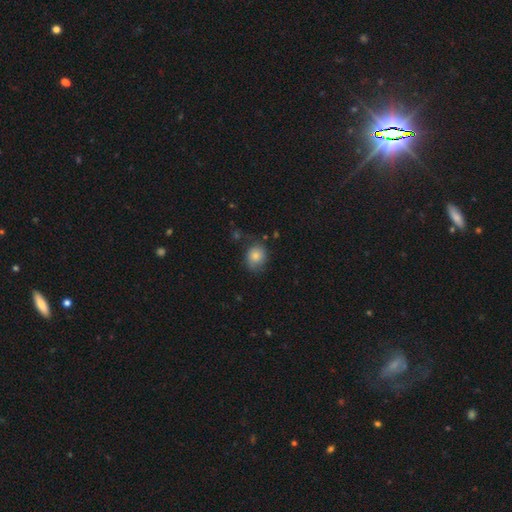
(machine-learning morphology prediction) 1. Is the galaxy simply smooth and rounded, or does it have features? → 80% smooth, 11% featured or disk, 9% star or artifact.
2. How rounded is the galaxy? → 64% round, 35% in between, 1% cigar-shaped.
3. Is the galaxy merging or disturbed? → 67% none, 23% minor disturbance, 7% major disturbance, 3% merger.